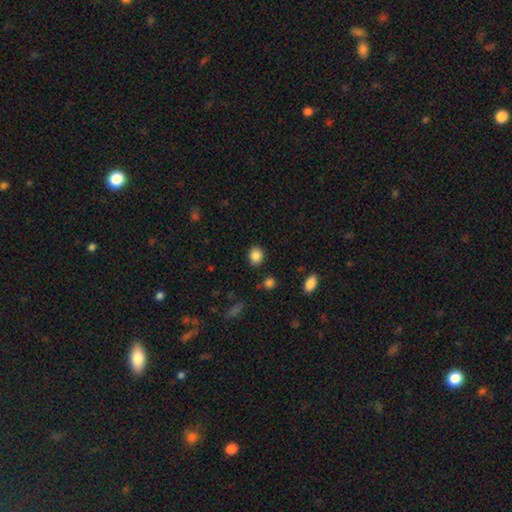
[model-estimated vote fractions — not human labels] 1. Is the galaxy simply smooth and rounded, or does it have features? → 86% smooth, 10% star or artifact, 4% featured or disk.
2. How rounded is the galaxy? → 65% round, 34% in between, 1% cigar-shaped.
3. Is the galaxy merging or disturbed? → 86% none, 9% minor disturbance, 3% major disturbance, 2% merger.